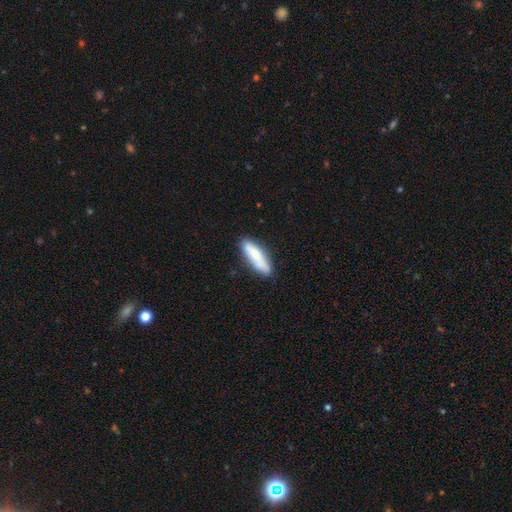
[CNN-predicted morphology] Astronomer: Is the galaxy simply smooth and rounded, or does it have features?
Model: smooth — 75%.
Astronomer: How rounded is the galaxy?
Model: cigar-shaped — 56% (runner-up: in between, 43%).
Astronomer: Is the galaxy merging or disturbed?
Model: none — 78%.